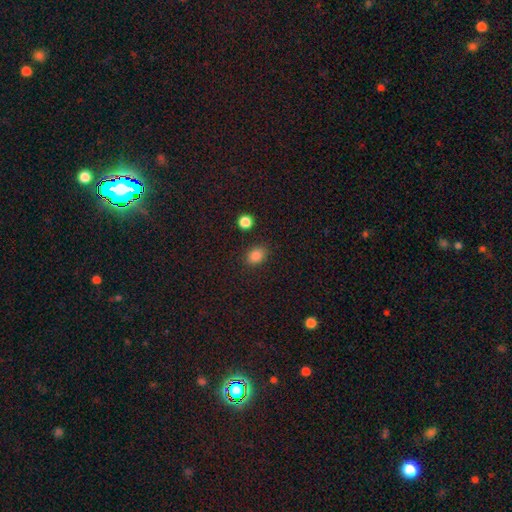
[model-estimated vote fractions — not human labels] Q: Smooth or featured?
A: smooth (85%); runner-up: star or artifact (11%)
Q: How rounded?
A: in between (56%); runner-up: round (43%)
Q: Merging?
A: none (83%); runner-up: minor disturbance (12%)